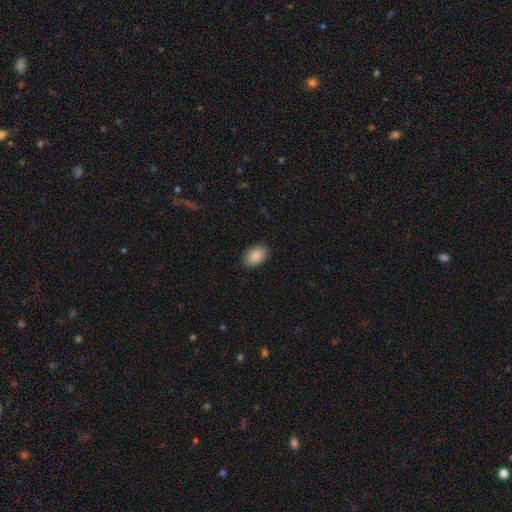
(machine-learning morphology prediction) type=smooth (89%); roundness=in between (91%); merging=none (88%).